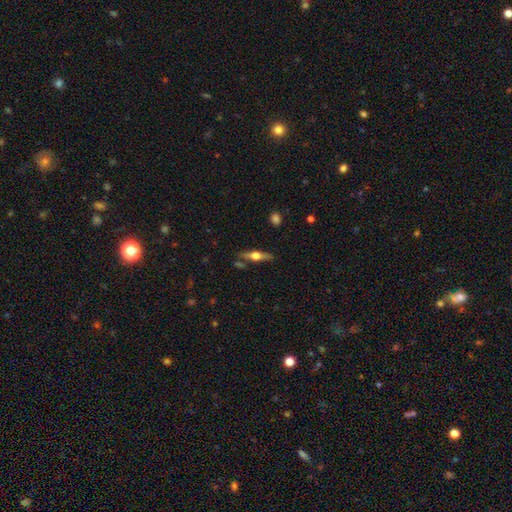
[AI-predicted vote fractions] This appears to be a featured or disk galaxy (64%) viewed edge-on (95%) with a rounded central bulge (94%). Merging: none (82%).